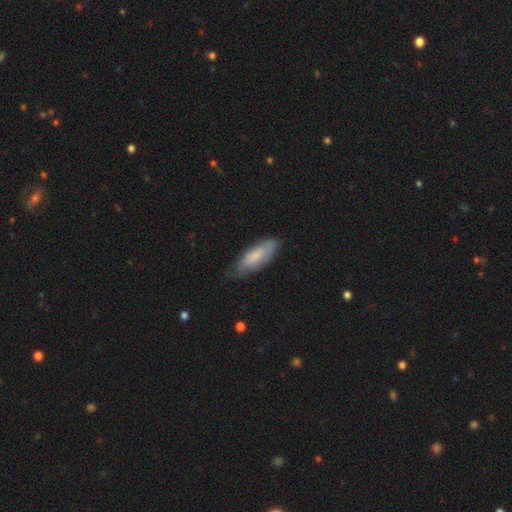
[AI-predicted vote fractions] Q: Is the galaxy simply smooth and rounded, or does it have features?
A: smooth — 68%.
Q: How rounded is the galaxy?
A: in between — 70%.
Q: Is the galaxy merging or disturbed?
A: none — 64%.